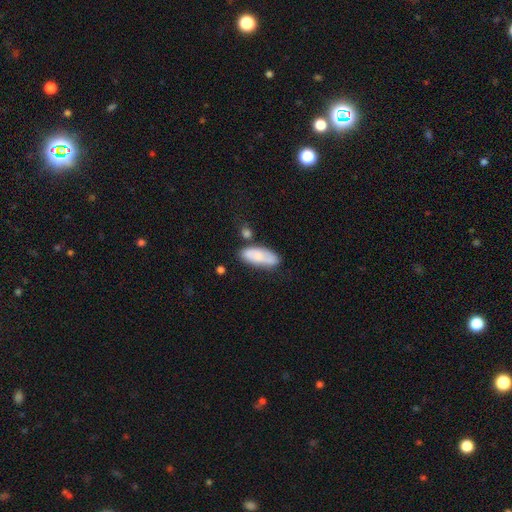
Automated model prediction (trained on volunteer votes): Smooth or featured? Predicted: smooth (p=0.75). How rounded? Predicted: in between (p=0.81). Merging? Predicted: none (p=0.63).